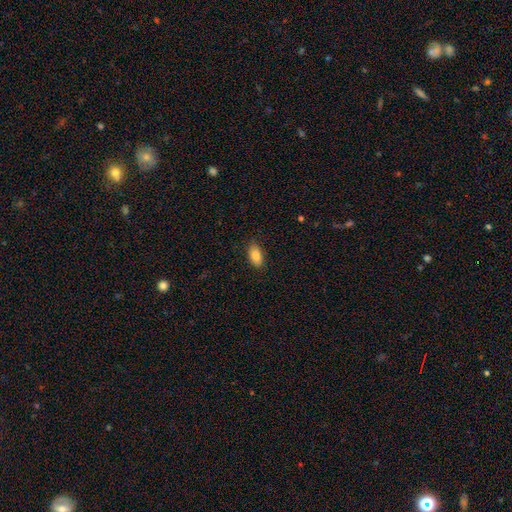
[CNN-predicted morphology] This appears to be a smooth galaxy with no disk features (87%) that is in between round and cigar-shaped (91%). Merging: none (84%).